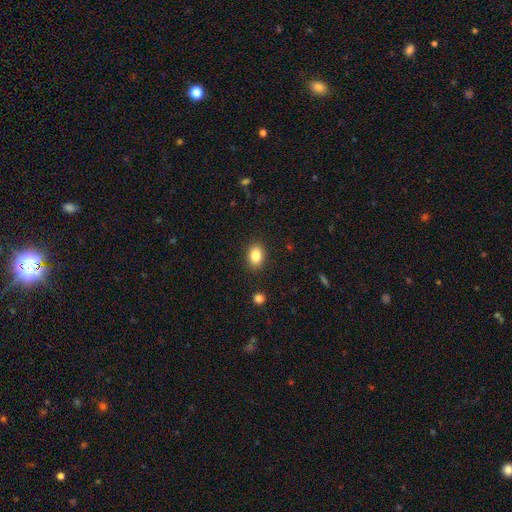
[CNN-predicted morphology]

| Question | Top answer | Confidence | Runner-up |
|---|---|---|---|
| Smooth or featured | smooth | 85% | star or artifact (9%) |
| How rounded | in between | 78% | round (21%) |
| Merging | none | 89% | minor disturbance (8%) |